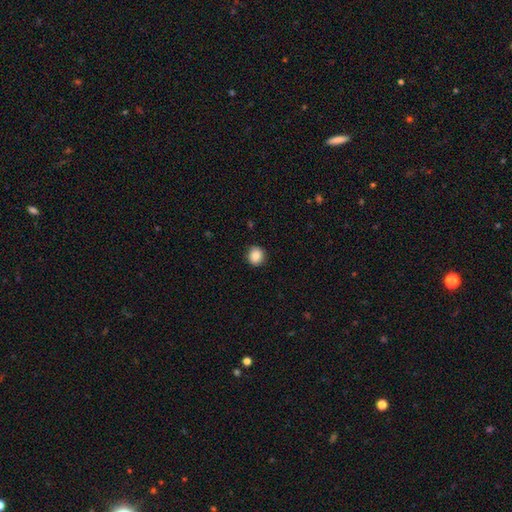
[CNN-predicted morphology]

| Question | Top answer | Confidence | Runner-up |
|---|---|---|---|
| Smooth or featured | smooth | 87% | star or artifact (9%) |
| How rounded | round | 88% | in between (11%) |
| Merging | none | 92% | minor disturbance (6%) |